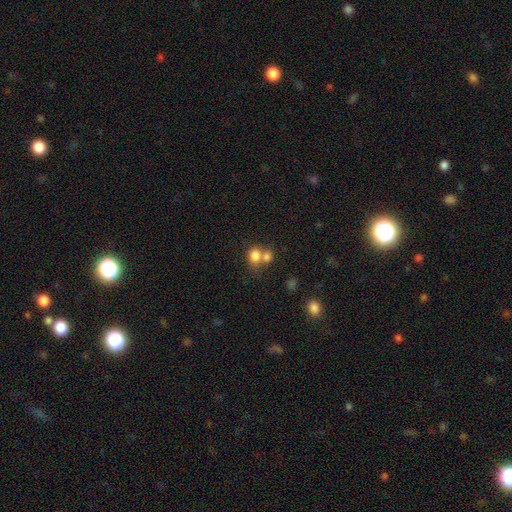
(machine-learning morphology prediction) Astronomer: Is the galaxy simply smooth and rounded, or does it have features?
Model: smooth — 78%.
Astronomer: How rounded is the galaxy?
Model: round — 61% (runner-up: in between, 38%).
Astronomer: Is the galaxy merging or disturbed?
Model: merger — 54% (runner-up: none, 34%).